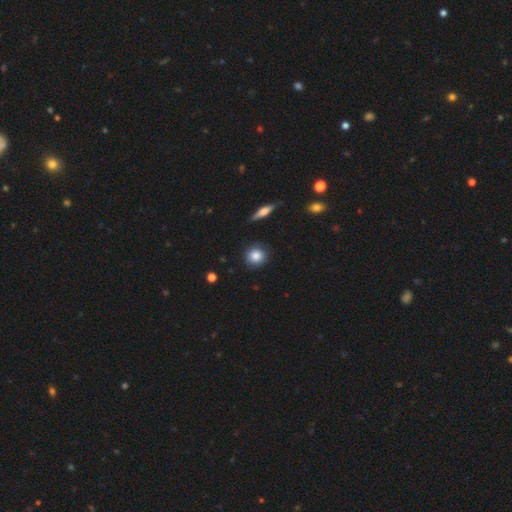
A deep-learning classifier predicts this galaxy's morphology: smooth_or_featured: smooth (p=0.83) [alt: featured or disk p=0.09]
how_rounded: round (p=0.88) [alt: in between p=0.11]
merging: none (p=0.85) [alt: minor disturbance p=0.11]